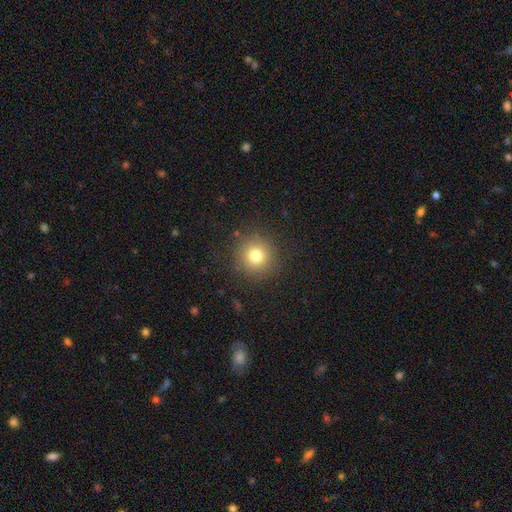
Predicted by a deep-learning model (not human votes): Smooth or featured? Predicted: smooth (p=0.78). How rounded? Predicted: round (p=0.94). Merging? Predicted: none (p=0.88).